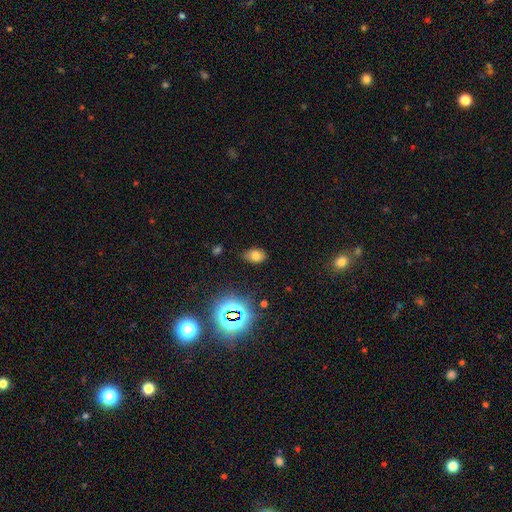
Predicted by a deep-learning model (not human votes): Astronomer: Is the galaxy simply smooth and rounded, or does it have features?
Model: smooth — 68%.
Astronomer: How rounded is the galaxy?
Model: in between — 84%.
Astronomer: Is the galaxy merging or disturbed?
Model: none — 79%.